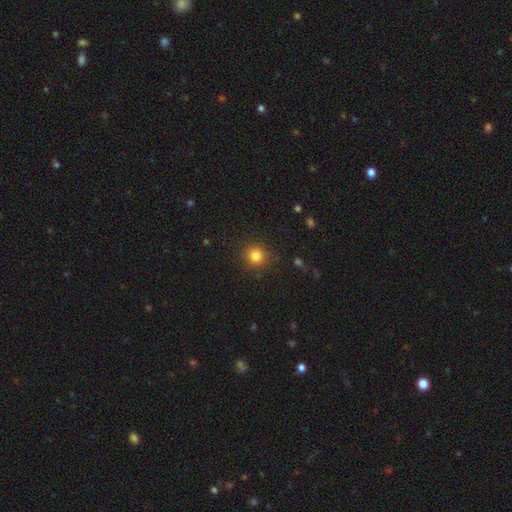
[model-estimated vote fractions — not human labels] This is clearly a smooth galaxy (82%). How rounded: clearly round (92%). Merging: clearly none (89%).